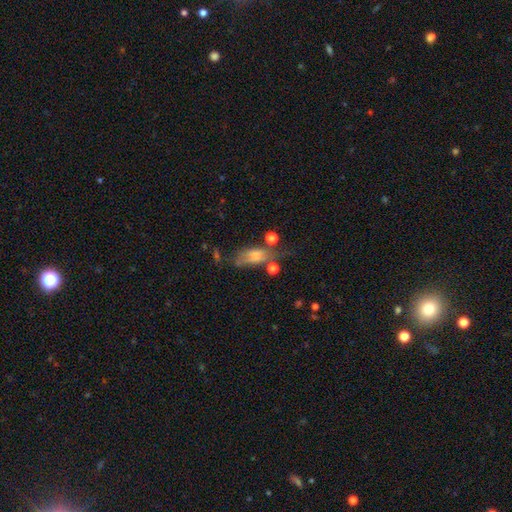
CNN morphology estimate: smooth 65%, featured or disk 23%, star or artifact 12%. Down the decision tree: how rounded — in between (80%); merging — major disturbance (30%).